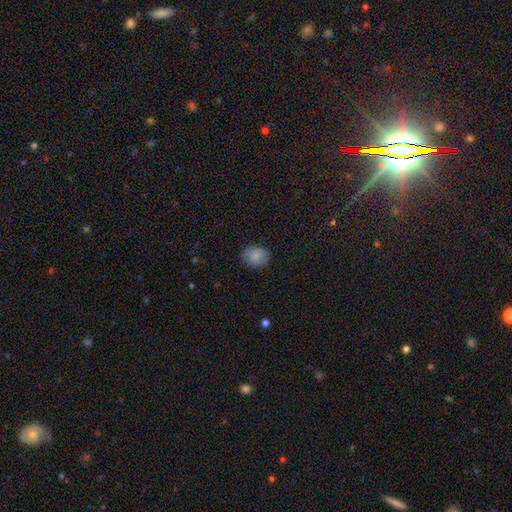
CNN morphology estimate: Smooth or featured? Predicted: smooth (p=0.84). How rounded? Predicted: in between (p=0.53). Merging? Predicted: none (p=0.79).